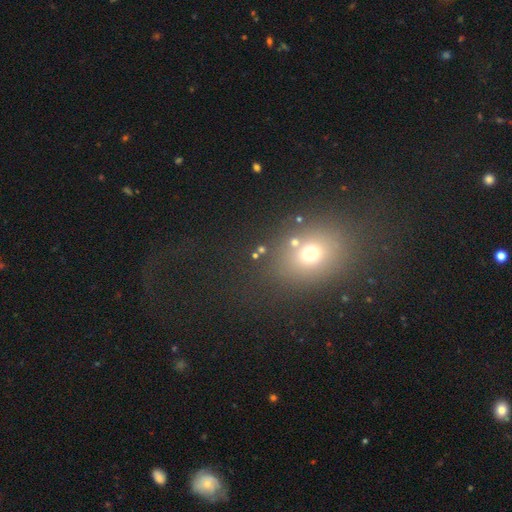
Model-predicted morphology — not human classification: The model was most divided on "how rounded": round: 59%, in between: 40%, cigar-shaped: 2%. More confident: merging — none (70%); smooth or featured — smooth (60%).